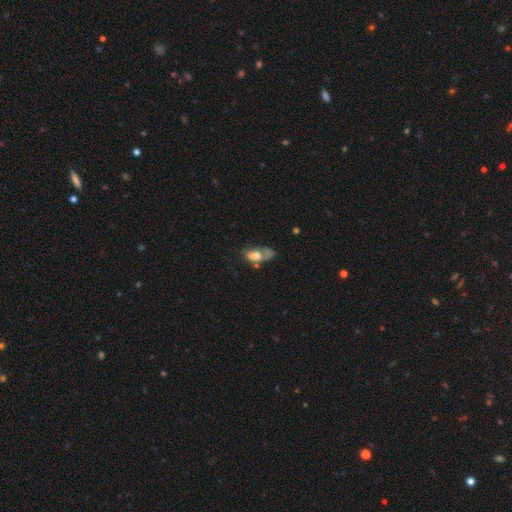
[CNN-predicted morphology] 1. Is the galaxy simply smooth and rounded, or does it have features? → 56% smooth, 33% featured or disk, 11% star or artifact.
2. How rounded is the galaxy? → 84% in between, 10% round, 5% cigar-shaped.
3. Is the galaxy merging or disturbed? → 31% major disturbance, 25% merger, 24% none, 20% minor disturbance.